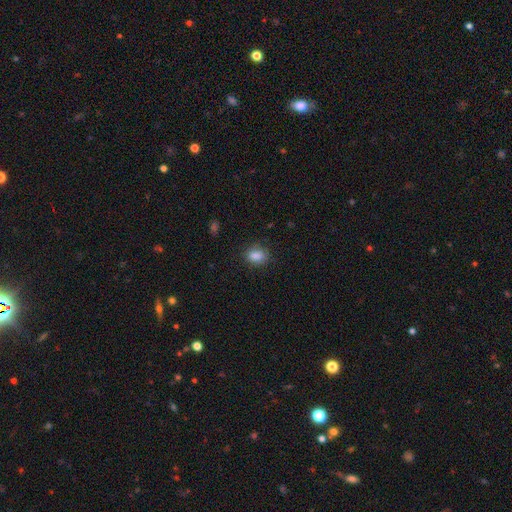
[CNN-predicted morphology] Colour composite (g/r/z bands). It shows a smooth galaxy with no disk features (86%) that is in between round and cigar-shaped (66%). Merging: none (78%).